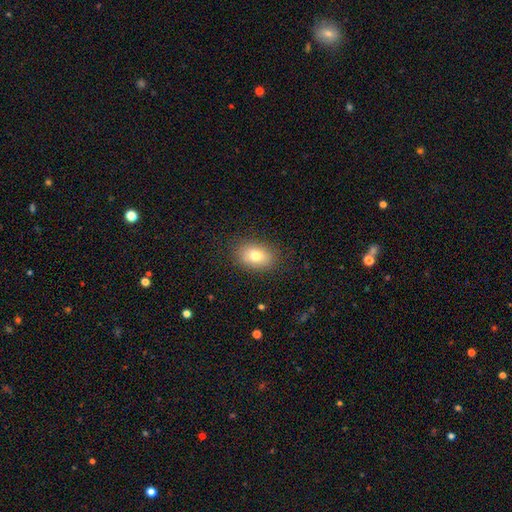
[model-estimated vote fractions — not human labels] Smooth or featured?
  - smooth: 78% *
  - featured or disk: 12%
  - star or artifact: 10%
How rounded?
  - in between: 78% *
  - round: 21%
  - cigar-shaped: 1%
Merging?
  - none: 86% *
  - minor disturbance: 10%
  - major disturbance: 3%
  - merger: 1%